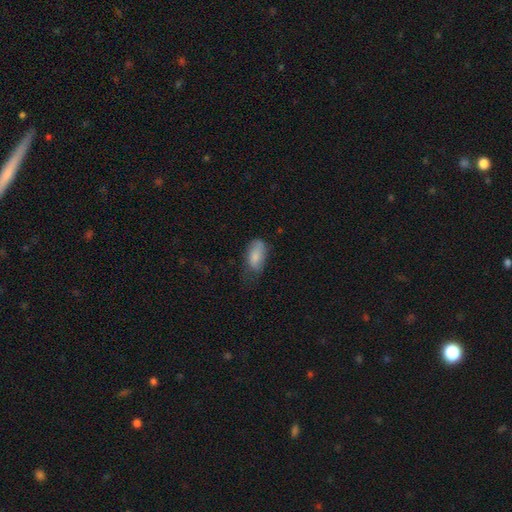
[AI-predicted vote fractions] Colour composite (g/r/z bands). It shows a smooth galaxy with no disk features (79%) that is in between round and cigar-shaped (91%). Merging: none (50%).